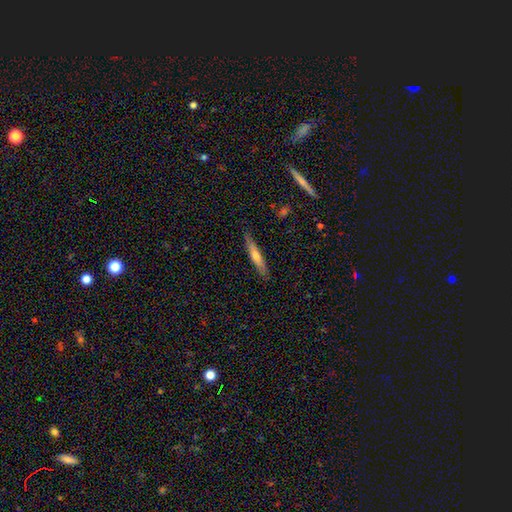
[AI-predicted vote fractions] Smooth or featured?
  - smooth: 52% *
  - featured or disk: 42%
  - star or artifact: 6%
How rounded?
  - cigar-shaped: 92% *
  - in between: 7%
  - round: 1%
Merging?
  - none: 85% *
  - minor disturbance: 12%
  - major disturbance: 2%
  - merger: 1%